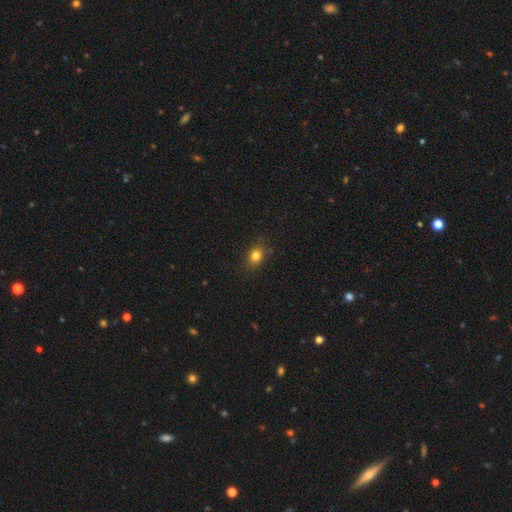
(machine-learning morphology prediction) Smooth or featured?
  - smooth: 81% *
  - star or artifact: 12%
  - featured or disk: 7%
How rounded?
  - in between: 54% *
  - round: 45%
  - cigar-shaped: 1%
Merging?
  - none: 82% *
  - minor disturbance: 14%
  - major disturbance: 3%
  - merger: 2%